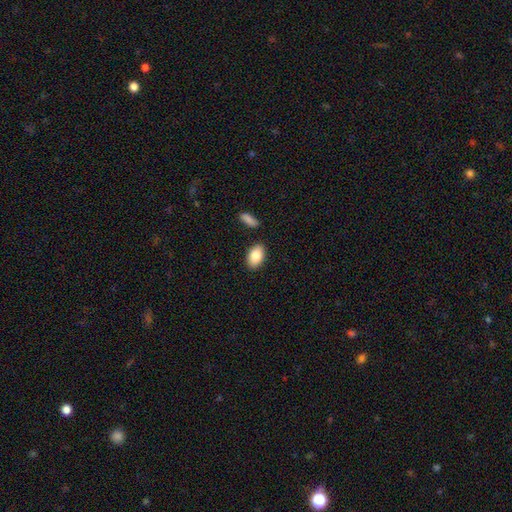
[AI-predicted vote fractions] This appears to be a smooth galaxy with no disk features (85%) that is in between round and cigar-shaped (92%). Merging: none (85%).